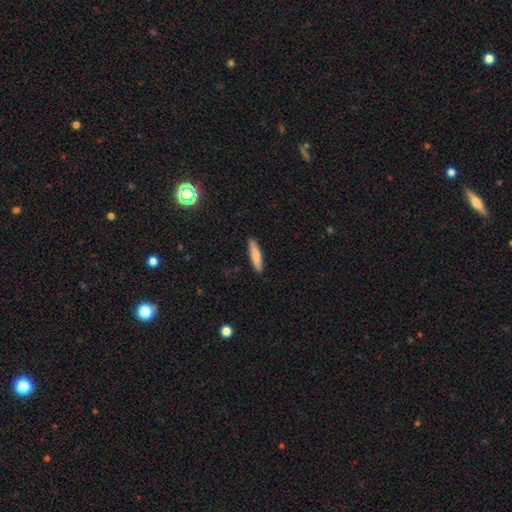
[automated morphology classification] Smooth or featured: smooth — 77% (featured or disk — 18%)
How rounded: cigar-shaped — 84% (in between — 14%)
Merging: none — 90% (minor disturbance — 7%)